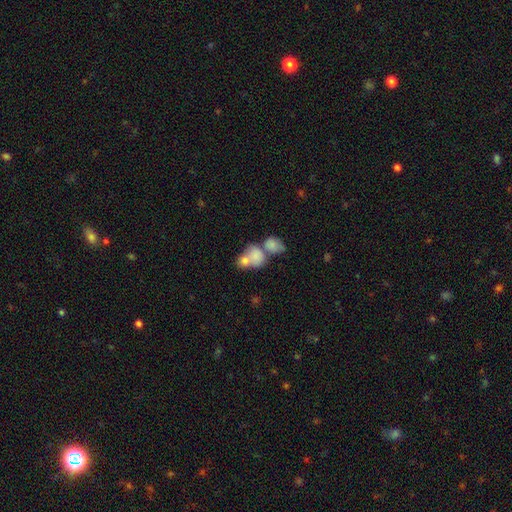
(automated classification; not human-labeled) Smooth or featured? smooth (77%)
How rounded? in between (53%)
Merging? merger (65%)